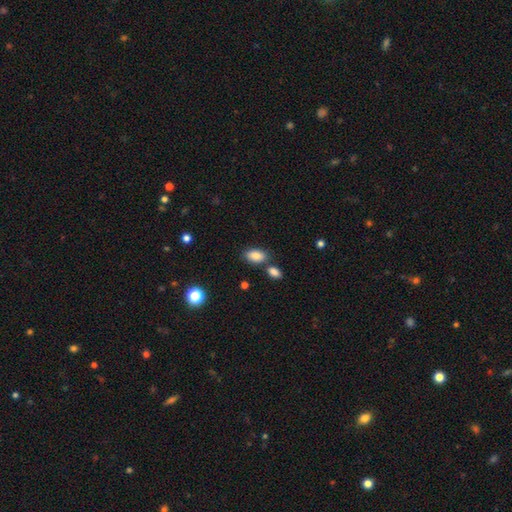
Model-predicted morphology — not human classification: A smooth galaxy with no disk features (86%) that is in between round and cigar-shaped (92%). Merging: none (68%).